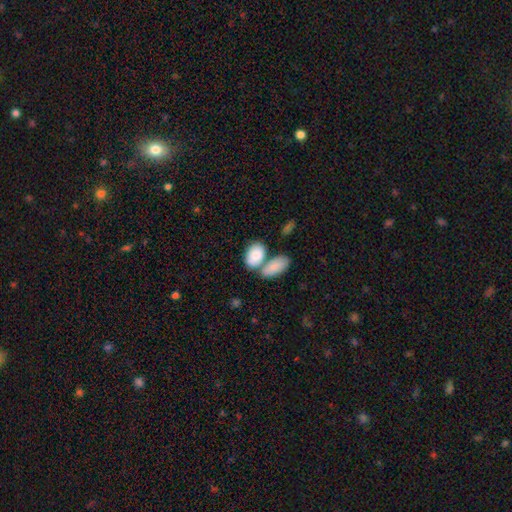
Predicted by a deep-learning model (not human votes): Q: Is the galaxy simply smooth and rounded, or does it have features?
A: smooth — 85%.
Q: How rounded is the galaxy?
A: in between — 91%.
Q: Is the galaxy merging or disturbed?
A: merger — 44%.